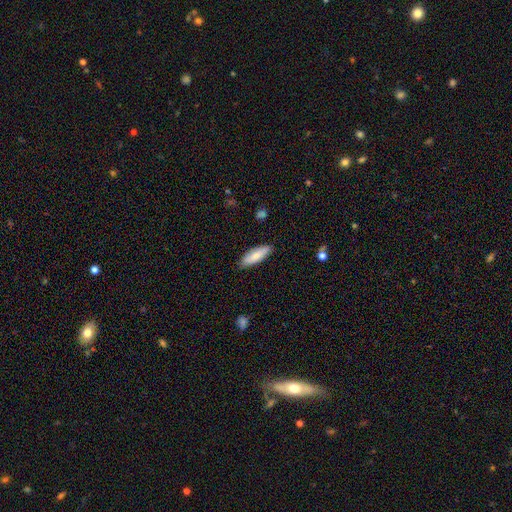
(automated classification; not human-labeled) A smooth galaxy with no disk features (80%) that is in between round and cigar-shaped (54%). Merging: none (86%).